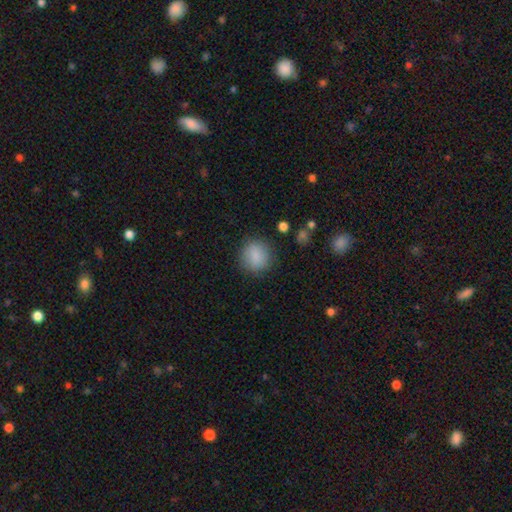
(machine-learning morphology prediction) Smooth or featured? smooth (86%)
How rounded? round (83%)
Merging? none (84%)